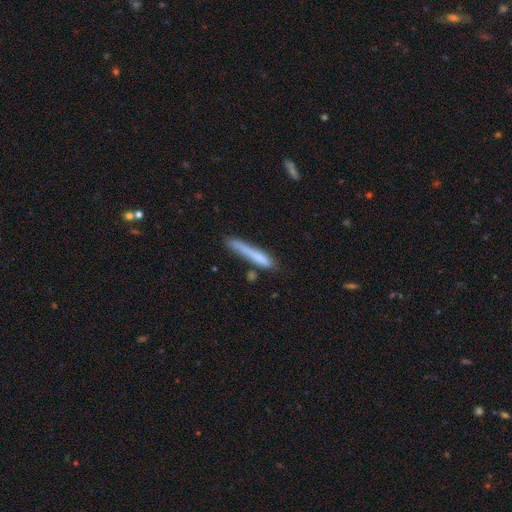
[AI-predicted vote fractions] smooth 70%, featured or disk 22%, star or artifact 7%. Down the decision tree: how rounded — cigar-shaped (95%); merging — none (65%).